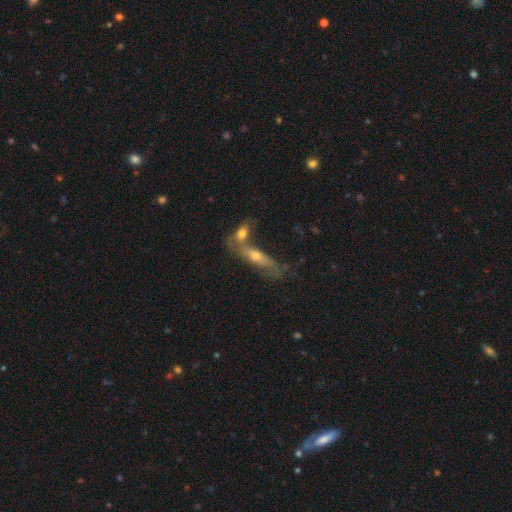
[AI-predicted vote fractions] featured or disk 52%, smooth 39%, star or artifact 9%. Down the decision tree: edge-on disk — yes (55%); merging — merger (49%).